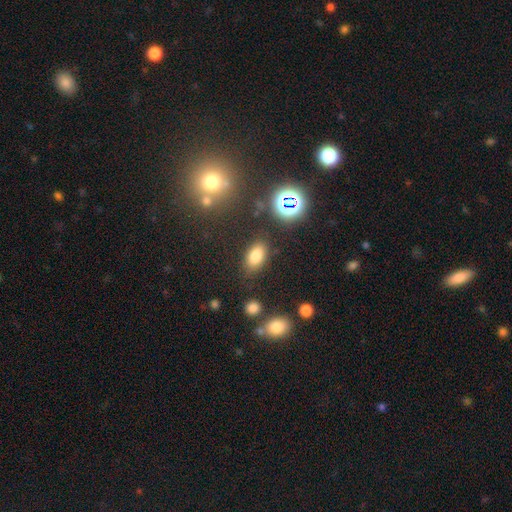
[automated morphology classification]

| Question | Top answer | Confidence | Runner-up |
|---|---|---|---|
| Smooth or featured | smooth | 78% | star or artifact (14%) |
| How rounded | in between | 89% | round (8%) |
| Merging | none | 81% | minor disturbance (12%) |